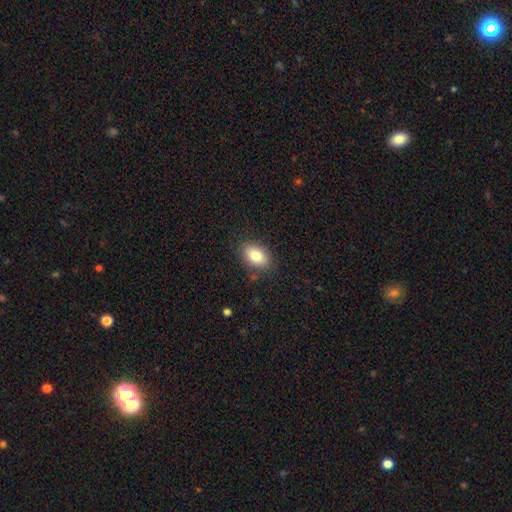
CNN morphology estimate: smooth-or-featured: smooth: 84% | featured or disk: 8% | star or artifact: 8%
  how-rounded: in between: 86% | round: 13% | cigar-shaped: 1%
  merging: none: 84% | minor disturbance: 11% | major disturbance: 3% | merger: 1%